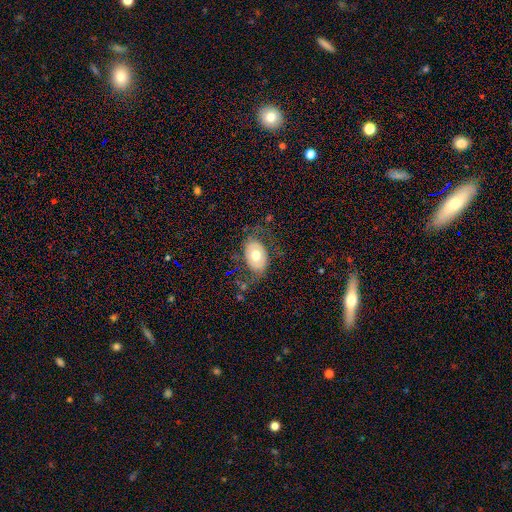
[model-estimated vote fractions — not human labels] This is possibly a smooth galaxy (50%). Merging: likely none (62%).